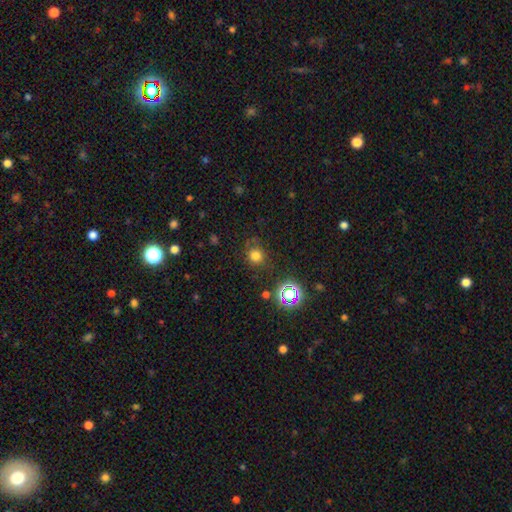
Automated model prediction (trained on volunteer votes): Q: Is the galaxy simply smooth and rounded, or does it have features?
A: smooth — 72%.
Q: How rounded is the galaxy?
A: round — 86%.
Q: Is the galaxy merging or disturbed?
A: none — 74%.